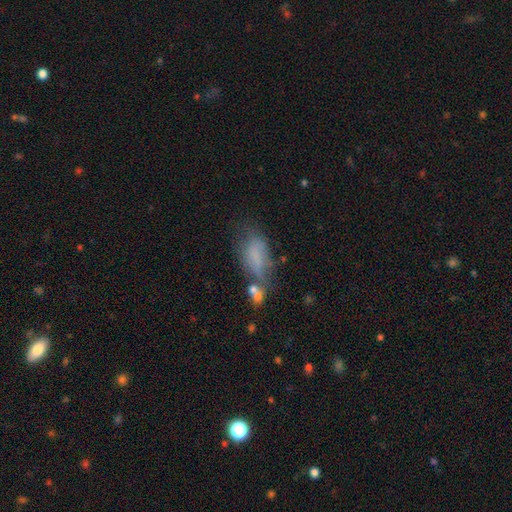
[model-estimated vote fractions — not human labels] Morphology: type=smooth (63%); roundness=in between (81%); merging=none (33%).